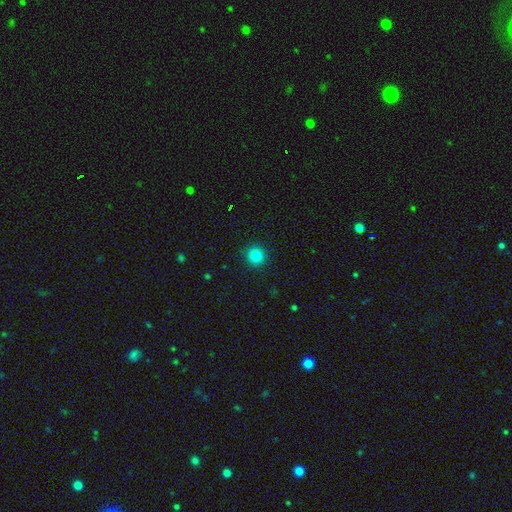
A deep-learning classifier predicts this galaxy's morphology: smooth_or_featured: smooth (p=0.84) [alt: star or artifact p=0.12]
how_rounded: round (p=0.94) [alt: in between p=0.05]
merging: none (p=0.92) [alt: minor disturbance p=0.05]